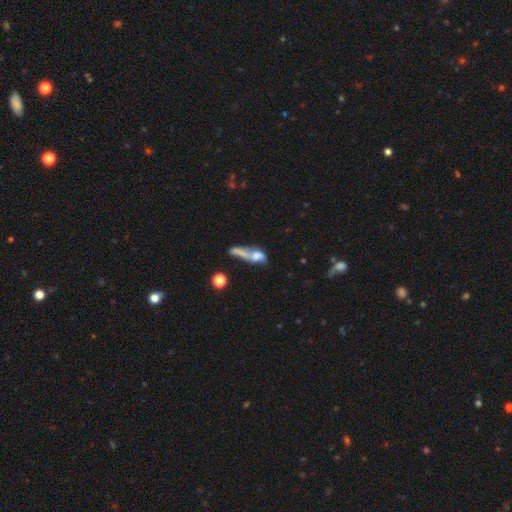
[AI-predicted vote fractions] This appears to be a smooth galaxy with no disk features (49%). Merging: merger (46%).